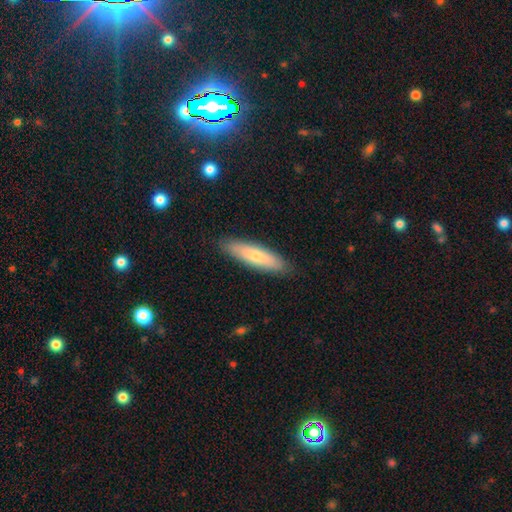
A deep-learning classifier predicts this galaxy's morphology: smooth-or-featured: smooth: 67% | featured or disk: 27% | star or artifact: 6%
  how-rounded: cigar-shaped: 67% | in between: 31% | round: 2%
  merging: none: 88% | minor disturbance: 9% | major disturbance: 2% | merger: 1%